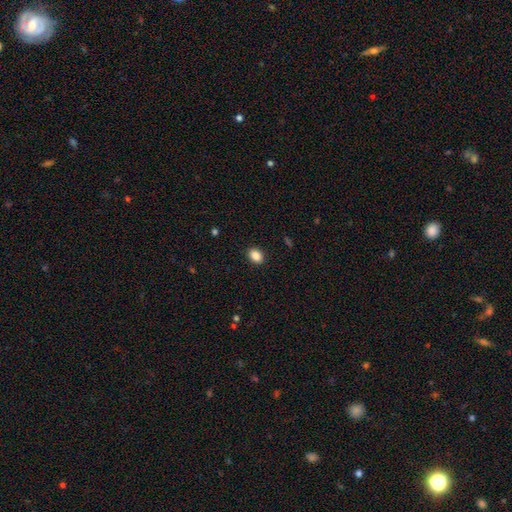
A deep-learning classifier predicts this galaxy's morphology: type=smooth (87%); roundness=in between (67%); merging=none (91%).